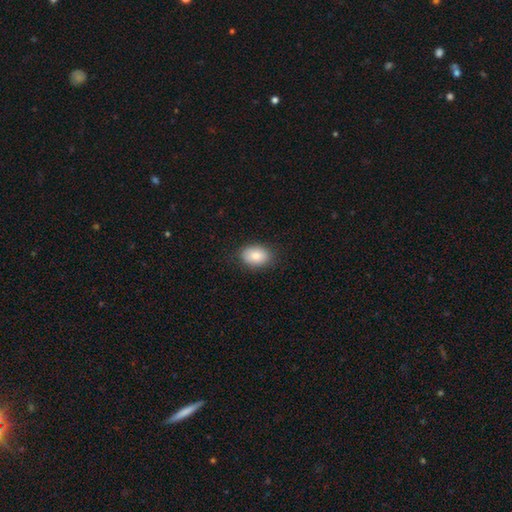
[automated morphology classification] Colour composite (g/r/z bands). It shows a smooth galaxy with no disk features (84%) that is in between round and cigar-shaped (78%). Merging: none (85%).